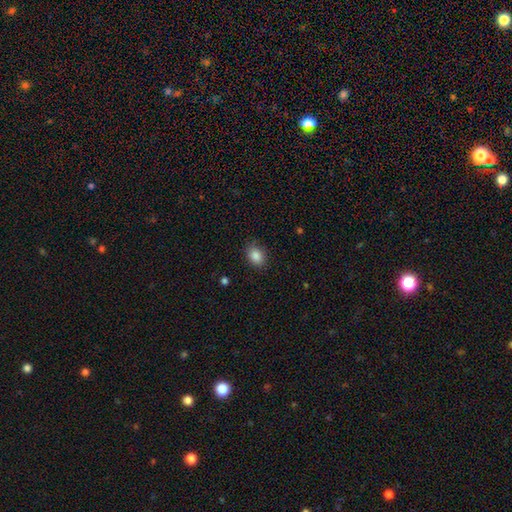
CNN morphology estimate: Smooth or featured? smooth (86%)
How rounded? in between (65%)
Merging? none (84%)